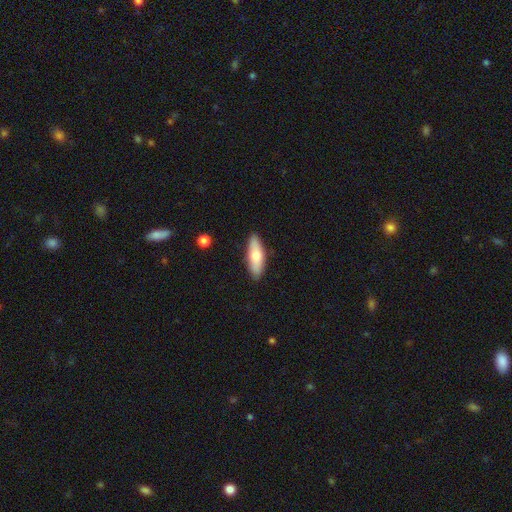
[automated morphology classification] This is likely a smooth galaxy (68%). How rounded: possibly in between (60%). Merging: clearly none (88%).